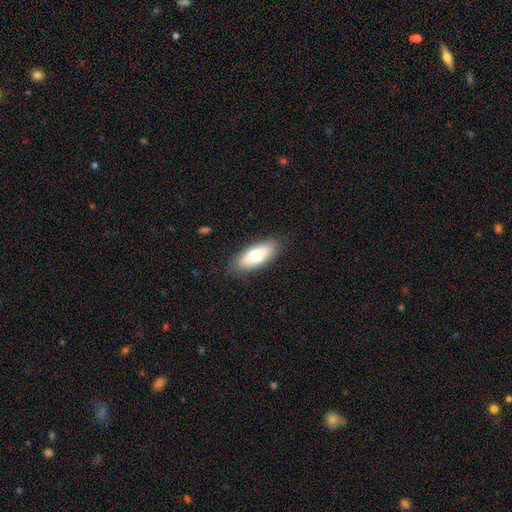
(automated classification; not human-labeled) Smooth or featured: smooth — 71% (featured or disk — 22%)
How rounded: in between — 79% (cigar-shaped — 19%)
Merging: none — 86% (minor disturbance — 11%)